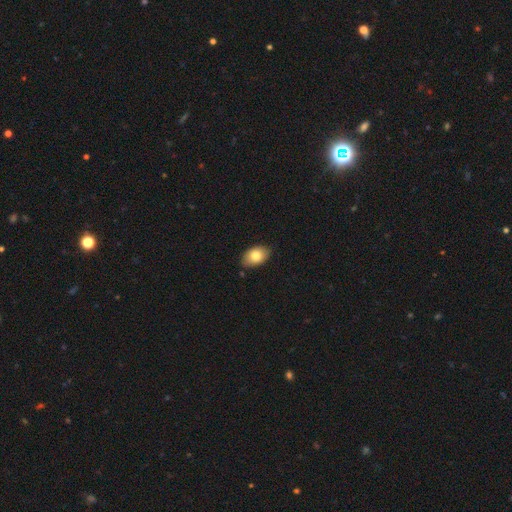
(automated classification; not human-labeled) Smooth or featured? smooth (80%)
How rounded? in between (87%)
Merging? none (83%)